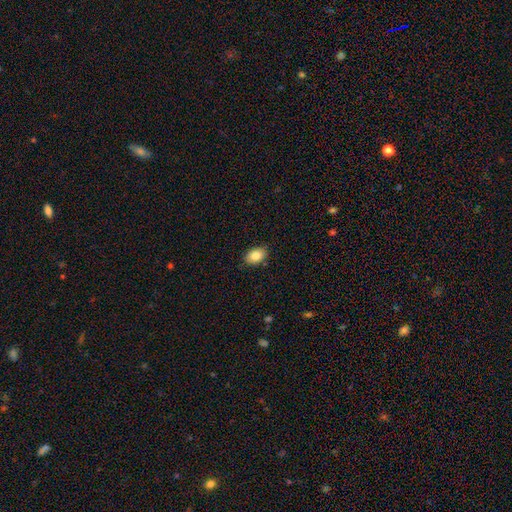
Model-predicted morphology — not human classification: This appears to be a smooth galaxy with no disk features (84%) that is in between round and cigar-shaped (85%). Merging: none (87%).